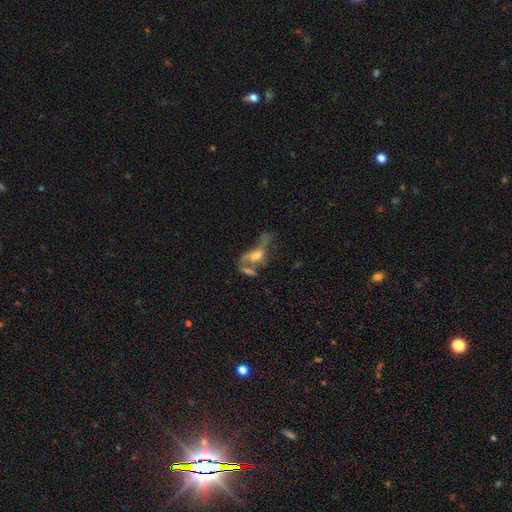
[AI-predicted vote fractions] smooth-or-featured: featured or disk: 52% | smooth: 34% | star or artifact: 14%
  disk-edge-on: no: 83% | yes: 17%
  merging: merger: 41% | major disturbance: 30% | none: 19% | minor disturbance: 11%